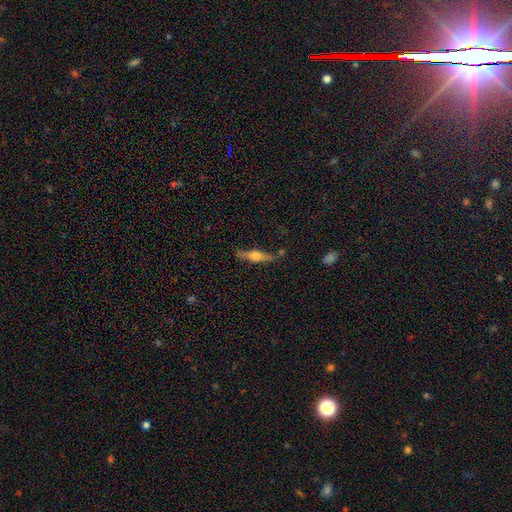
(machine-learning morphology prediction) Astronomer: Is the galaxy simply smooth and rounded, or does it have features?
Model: featured or disk — 60%.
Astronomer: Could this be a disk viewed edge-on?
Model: yes — 95%.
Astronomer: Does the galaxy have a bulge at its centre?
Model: rounded — 90%.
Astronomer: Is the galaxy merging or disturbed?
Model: none — 79%.